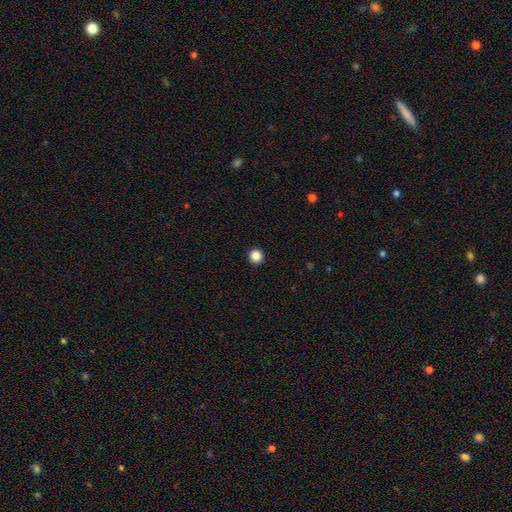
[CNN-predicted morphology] type=smooth (87%); roundness=round (96%); merging=none (94%).